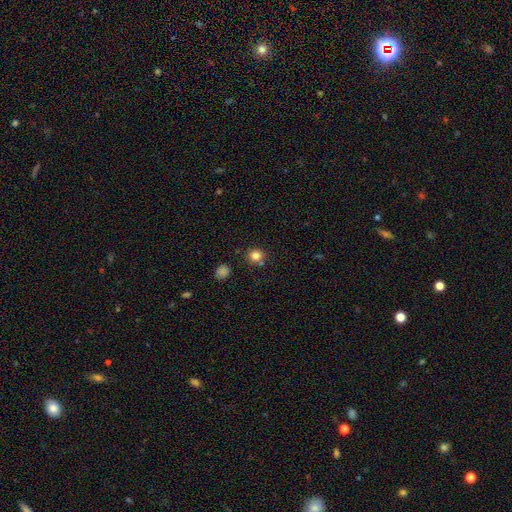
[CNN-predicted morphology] Smooth or featured: smooth — 82% (star or artifact — 13%)
How rounded: round — 89% (in between — 10%)
Merging: none — 81% (minor disturbance — 9%)